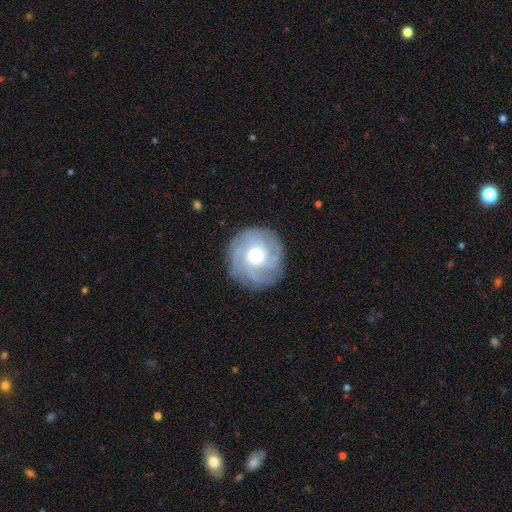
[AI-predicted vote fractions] The model was most divided on "spiral arm count": 3: 27%, can't tell: 25%, 4: 22%, 2: 10%, more than 4: 9%, 1: 7%. More confident: edge-on disk — no (97%); spiral arms — yes (95%); merging — none (84%); smooth or featured — featured or disk (81%); bar — no (75%); spiral winding — tight (66%); bulge size — moderate (62%).